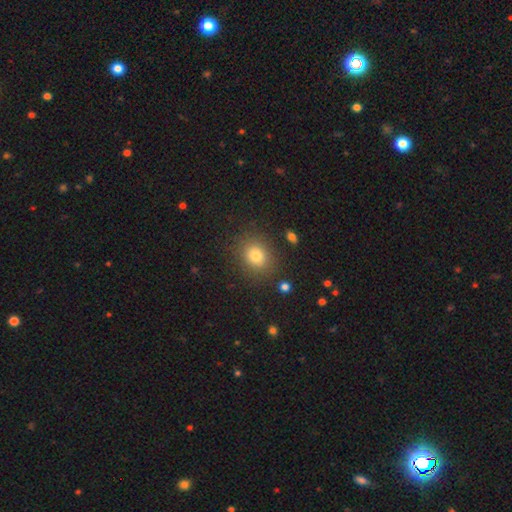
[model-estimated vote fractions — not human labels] This is likely a smooth galaxy (79%). How rounded: likely round (62%). Merging: clearly none (84%).